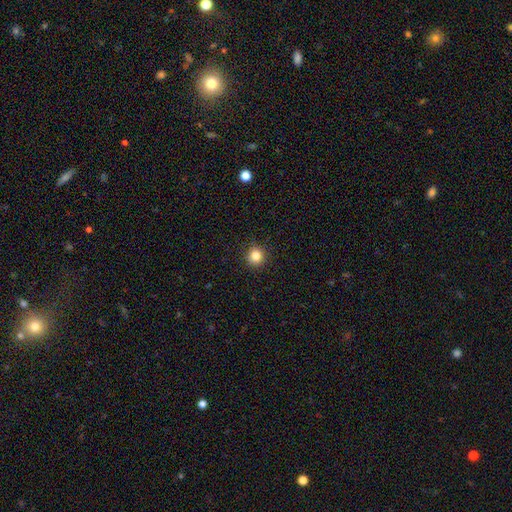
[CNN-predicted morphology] This is clearly a smooth galaxy (82%). How rounded: clearly round (93%). Merging: clearly none (91%).